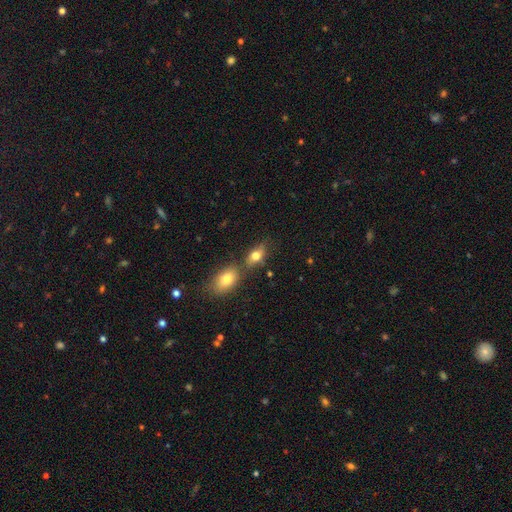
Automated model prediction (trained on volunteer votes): smooth_or_featured: smooth (p=0.75) [alt: featured or disk p=0.15]
how_rounded: in between (p=0.83) [alt: round p=0.11]
merging: none (p=0.55) [alt: merger p=0.27]